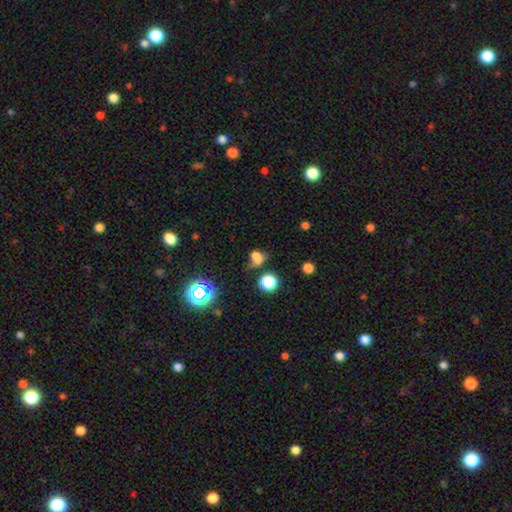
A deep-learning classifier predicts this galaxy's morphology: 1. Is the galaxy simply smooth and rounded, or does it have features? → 62% smooth, 22% star or artifact, 16% featured or disk.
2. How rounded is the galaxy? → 56% round, 42% in between, 2% cigar-shaped.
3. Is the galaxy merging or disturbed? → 32% none, 28% major disturbance, 26% minor disturbance, 14% merger.